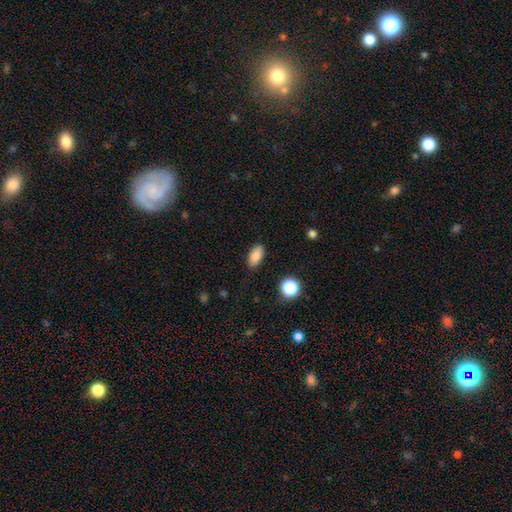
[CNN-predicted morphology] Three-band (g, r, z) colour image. It shows a smooth galaxy with no disk features (86%) that is in between round and cigar-shaped (90%). Merging: none (86%).